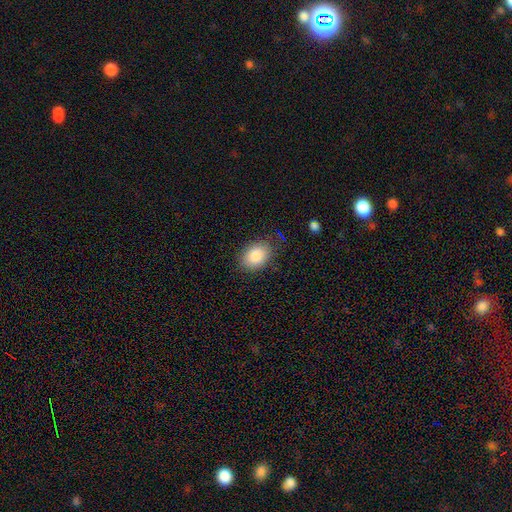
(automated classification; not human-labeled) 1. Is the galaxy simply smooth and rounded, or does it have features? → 85% smooth, 8% star or artifact, 7% featured or disk.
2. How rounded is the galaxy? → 74% in between, 25% round, 1% cigar-shaped.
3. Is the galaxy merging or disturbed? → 83% none, 13% minor disturbance, 3% major disturbance, 1% merger.